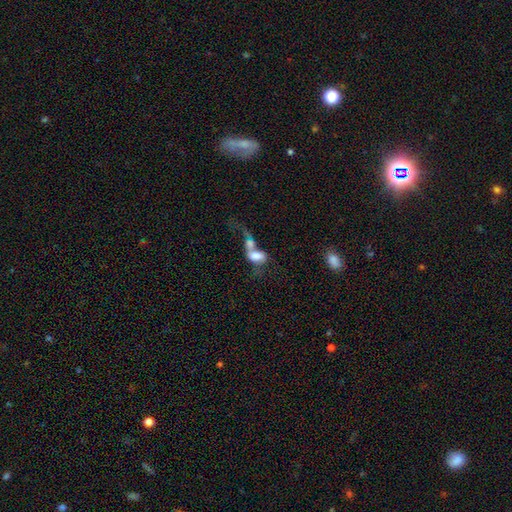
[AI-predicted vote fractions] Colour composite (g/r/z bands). It shows a smooth galaxy with no disk features (62%) that is in between round and cigar-shaped (83%). Merging: merger (72%).